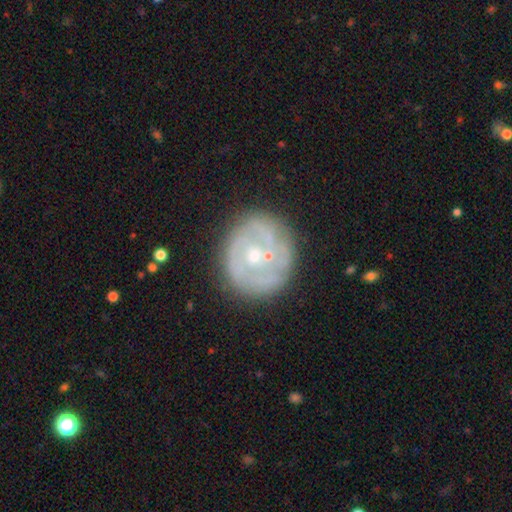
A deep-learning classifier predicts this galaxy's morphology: Smooth or featured? featured or disk (69%)
Edge-on disk? no (97%)
Bar? no (76%)
Spiral arms? yes (60%)
Bulge size? small (58%)
Merging? none (71%)